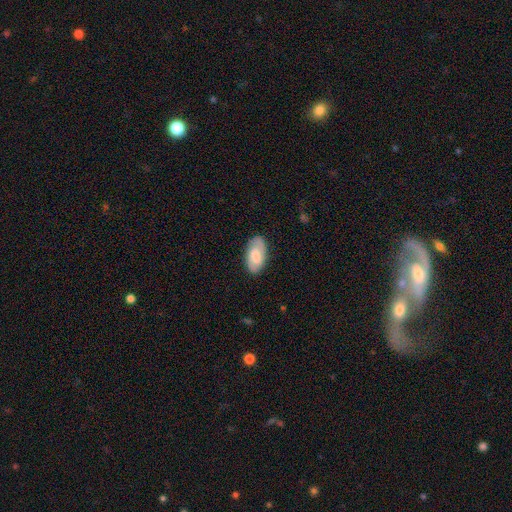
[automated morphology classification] This is possibly a smooth galaxy (53%). How rounded: clearly in between (94%). Merging: clearly none (82%).